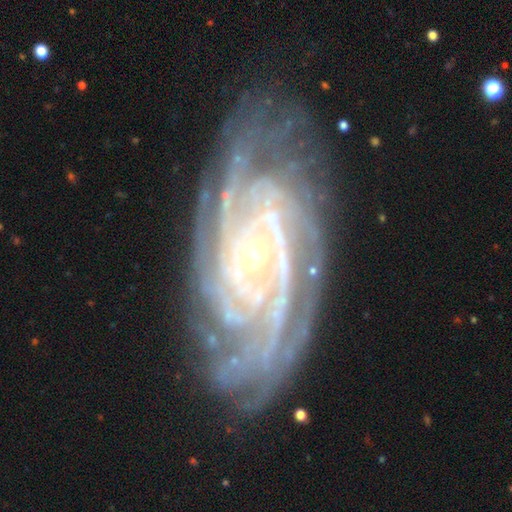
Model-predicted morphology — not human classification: A featured or disk galaxy (92%) with no bar (62%), 4 (22%) tight (79%) spiral arms (98%) and a small central bulge (81%).

Vote fractions:
- Smooth or featured? featured or disk: 92% / star or artifact: 5% / smooth: 3%
- Edge-on disk? no: 96% / yes: 4%
- Bar? no: 62% / weak: 24% / strong: 15%
- Spiral arms? yes: 98% / no: 2%
- Spiral winding? tight: 79% / medium: 18% / loose: 3%
- Spiral arm count? 4: 22% / more than 4: 19% / can't tell: 18% / 3: 17% / 2: 15% / 1: 8%
- Bulge size? small: 81% / moderate: 15% / none: 2% / large: 1% / dominant: 1%
- Merging? none: 79% / minor disturbance: 15% / major disturbance: 5% / merger: 1%